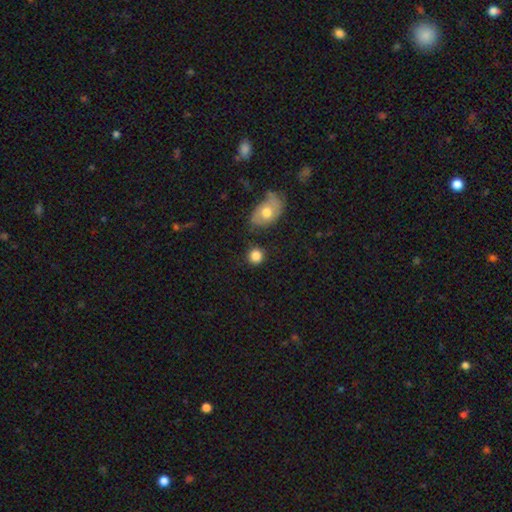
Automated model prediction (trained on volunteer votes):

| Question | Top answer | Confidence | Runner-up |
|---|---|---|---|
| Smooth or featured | smooth | 84% | star or artifact (9%) |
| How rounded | round | 86% | in between (13%) |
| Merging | none | 80% | minor disturbance (11%) |